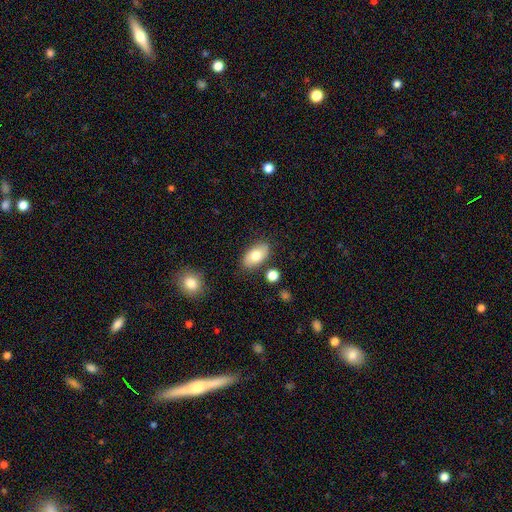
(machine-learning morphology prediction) This appears to be a smooth galaxy with no disk features (77%) that is in between round and cigar-shaped (92%). Merging: none (80%).